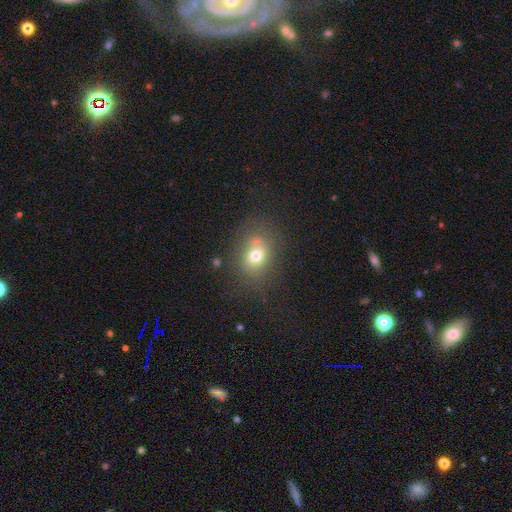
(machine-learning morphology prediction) Overall: smooth (68%). How rounded: in between (58%; round 41%). Merging: none (63%).